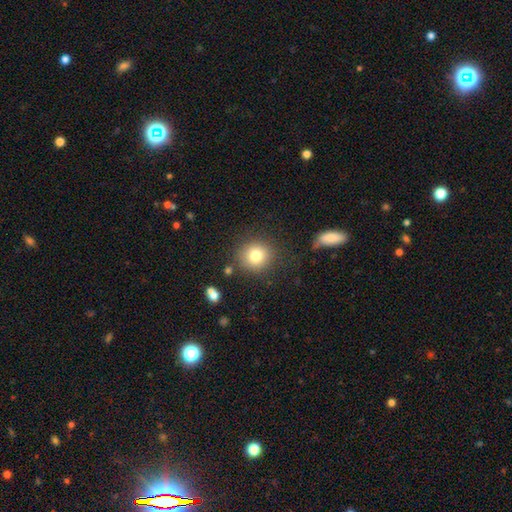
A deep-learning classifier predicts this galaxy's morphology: Overall: smooth (79%). How rounded: round (90%). Merging: none (84%).